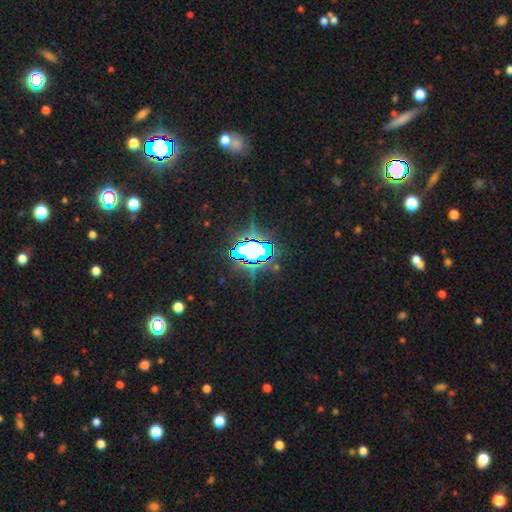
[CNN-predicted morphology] Q: Smooth or featured?
A: star or artifact (72%); runner-up: smooth (14%)